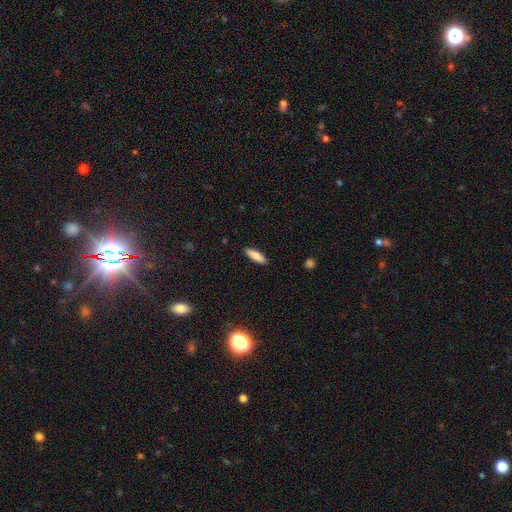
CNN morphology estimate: smooth_or_featured: smooth (p=0.82) [alt: featured or disk p=0.12]
how_rounded: cigar-shaped (p=0.52) [alt: in between p=0.46]
merging: none (p=0.89) [alt: minor disturbance p=0.08]